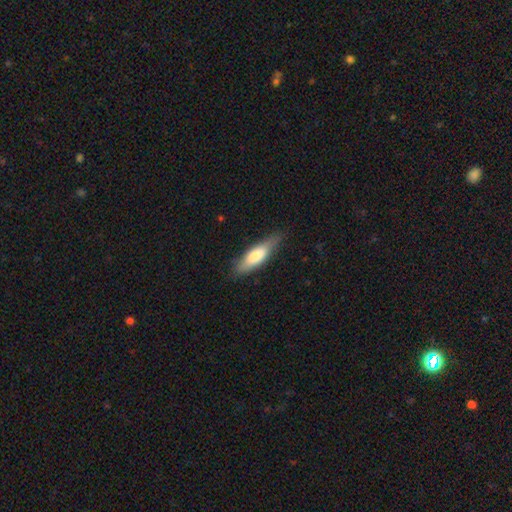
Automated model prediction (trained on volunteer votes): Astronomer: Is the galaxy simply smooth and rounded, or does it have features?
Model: smooth — 72%.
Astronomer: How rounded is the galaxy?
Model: cigar-shaped — 51% (runner-up: in between, 47%).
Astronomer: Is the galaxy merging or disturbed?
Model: none — 75%.